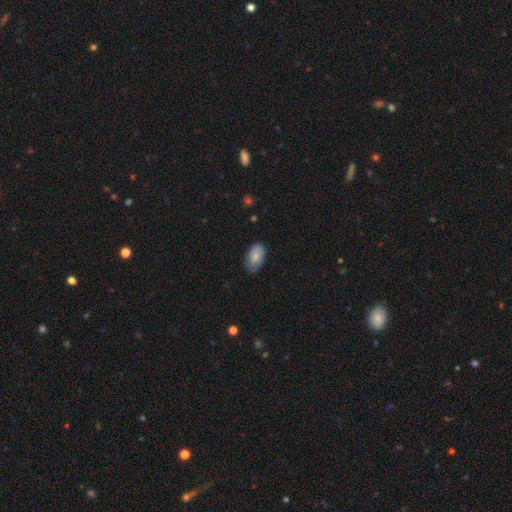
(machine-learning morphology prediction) Smooth or featured?
  - smooth: 76% *
  - featured or disk: 17%
  - star or artifact: 6%
How rounded?
  - in between: 93% *
  - round: 6%
  - cigar-shaped: 1%
Merging?
  - none: 70% *
  - minor disturbance: 25%
  - major disturbance: 4%
  - merger: 1%